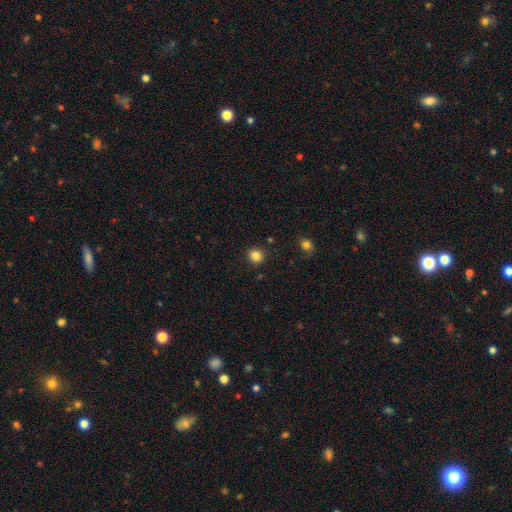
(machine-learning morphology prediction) A smooth galaxy with no disk features (85%) that is round (79%).

Vote fractions:
- Smooth or featured? smooth: 85% / star or artifact: 11% / featured or disk: 4%
- How rounded? round: 79% / in between: 20% / cigar-shaped: 1%
- Merging? none: 89% / minor disturbance: 7% / major disturbance: 2% / merger: 2%